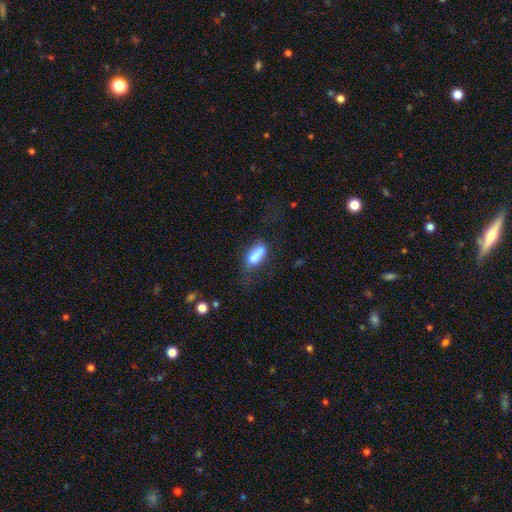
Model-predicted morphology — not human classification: This is likely a smooth galaxy (75%). How rounded: likely in between (78%). Merging: marginally none (36%).